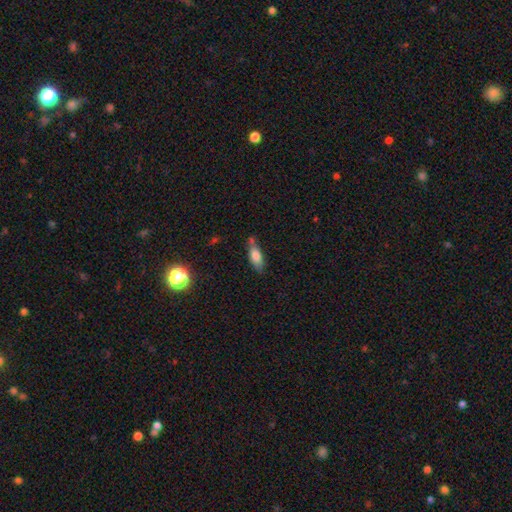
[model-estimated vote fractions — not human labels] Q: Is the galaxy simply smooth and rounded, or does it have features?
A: smooth — 72%.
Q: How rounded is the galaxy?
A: in between — 65%.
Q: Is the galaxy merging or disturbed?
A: none — 59%.